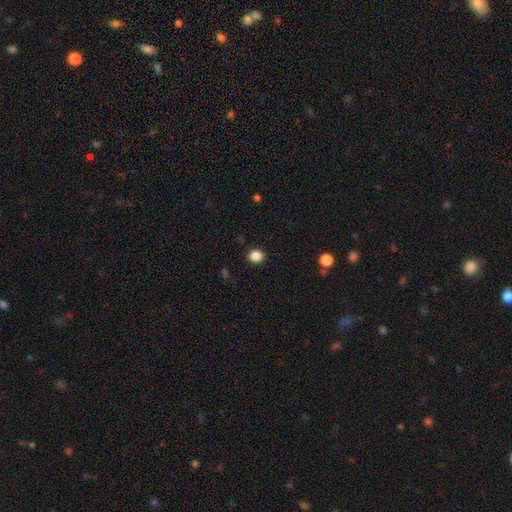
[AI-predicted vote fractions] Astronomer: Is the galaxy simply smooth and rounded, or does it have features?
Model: smooth — 87%.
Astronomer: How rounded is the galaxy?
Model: round — 73%.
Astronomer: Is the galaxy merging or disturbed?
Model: none — 91%.